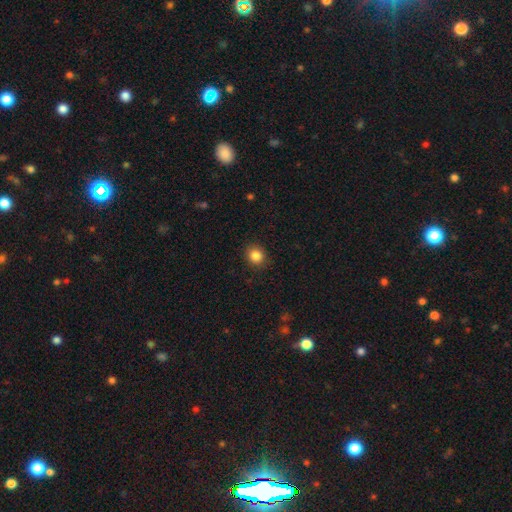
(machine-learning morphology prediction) smooth_or_featured: smooth (p=0.86) [alt: star or artifact p=0.10]
how_rounded: round (p=0.76) [alt: in between p=0.23]
merging: none (p=0.88) [alt: minor disturbance p=0.08]